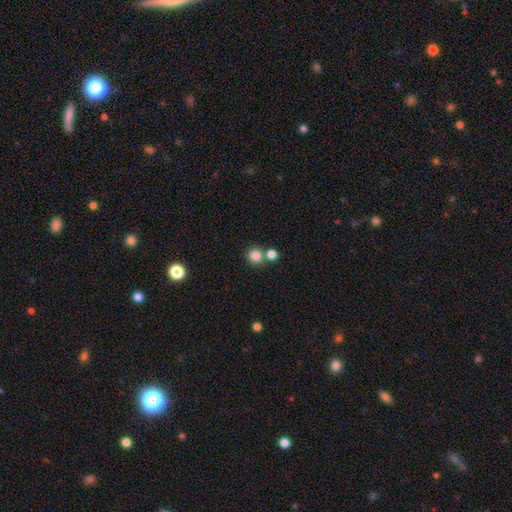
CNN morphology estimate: smooth-or-featured: smooth: 83% | star or artifact: 11% | featured or disk: 6%
  how-rounded: round: 89% | in between: 10% | cigar-shaped: 1%
  merging: none: 63% | merger: 28% | minor disturbance: 7% | major disturbance: 3%